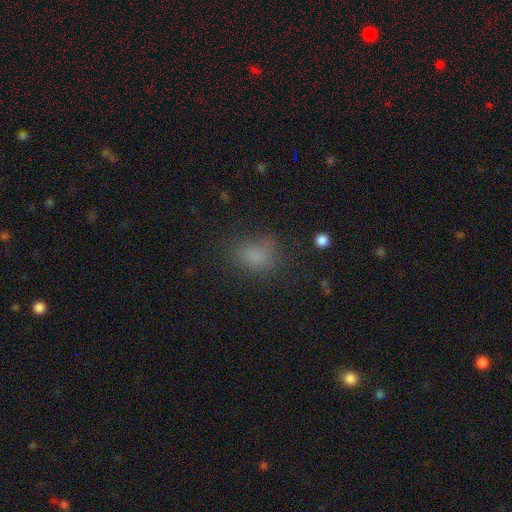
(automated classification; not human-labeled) Morphology: type=smooth (77%); roundness=in between (66%); merging=none (66%).